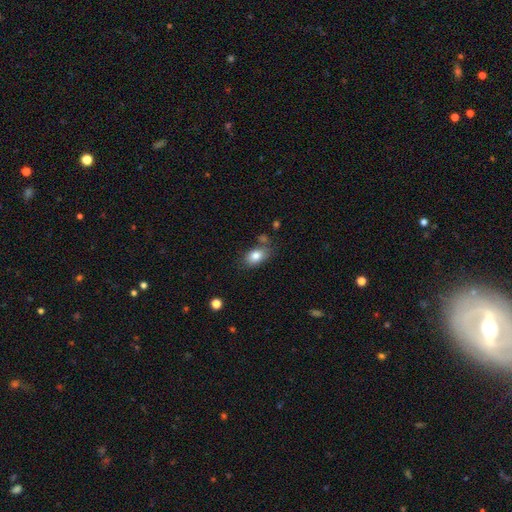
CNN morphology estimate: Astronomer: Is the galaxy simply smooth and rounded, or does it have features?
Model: smooth — 82%.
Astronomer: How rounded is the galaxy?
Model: in between — 85%.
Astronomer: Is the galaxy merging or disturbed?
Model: none — 70%.